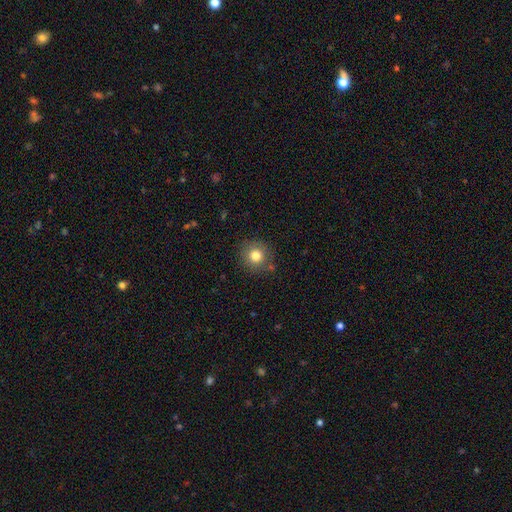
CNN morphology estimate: This appears to be a smooth galaxy with no disk features (80%) that is round (92%). Merging: none (84%).